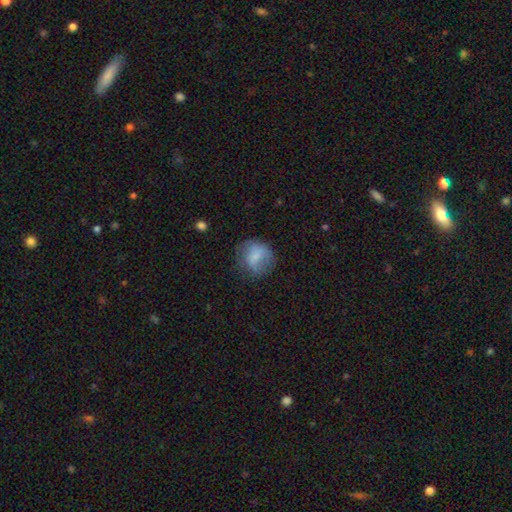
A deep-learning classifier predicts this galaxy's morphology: Smooth or featured?
  - smooth: 71% *
  - featured or disk: 20%
  - star or artifact: 9%
How rounded?
  - round: 77% *
  - in between: 22%
  - cigar-shaped: 1%
Merging?
  - none: 59% *
  - minor disturbance: 24%
  - major disturbance: 15%
  - merger: 2%